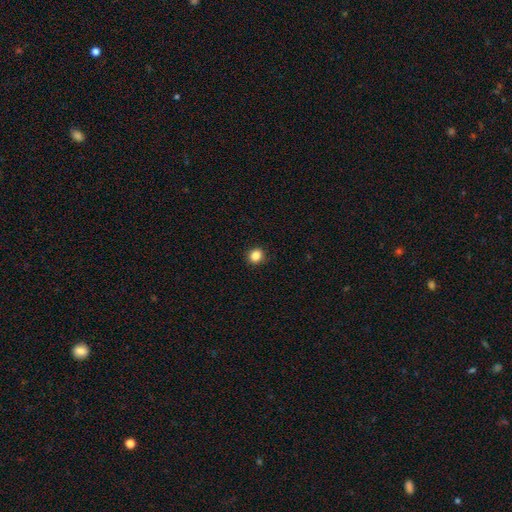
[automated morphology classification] type=smooth (85%); roundness=round (84%); merging=none (91%).